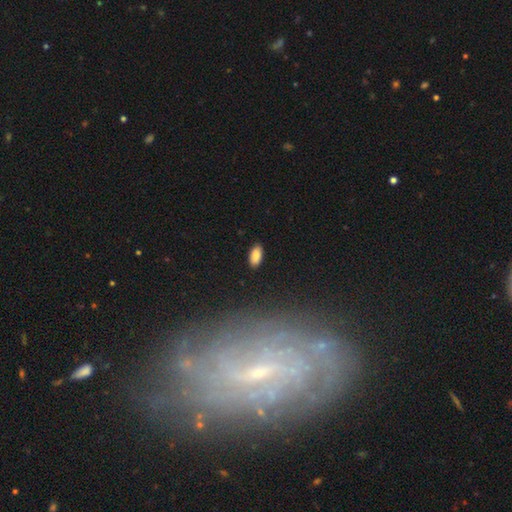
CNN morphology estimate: This is clearly a smooth galaxy (87%). How rounded: clearly in between (93%). Merging: clearly none (88%).